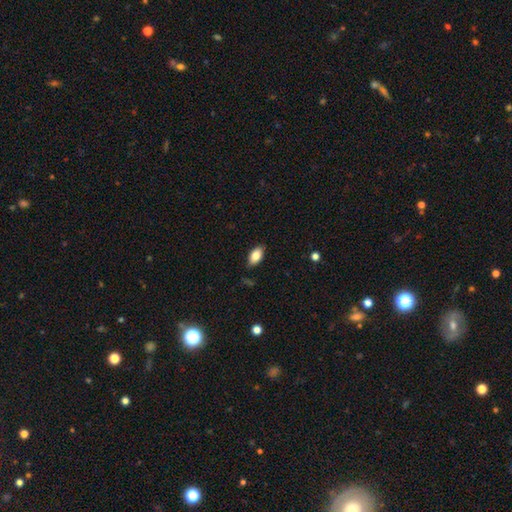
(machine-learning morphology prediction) A smooth galaxy with no disk features (83%) that is in between round and cigar-shaped (92%). Merging: none (84%).